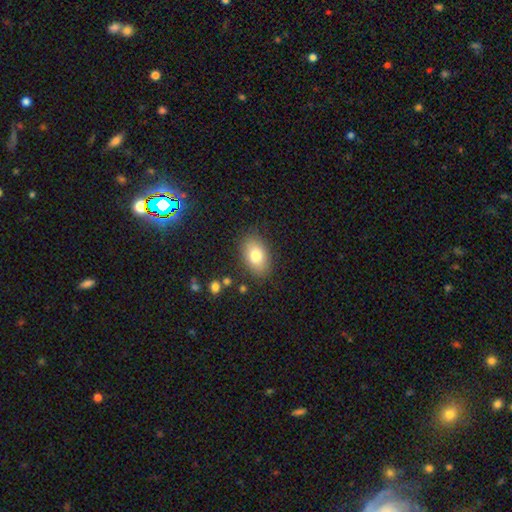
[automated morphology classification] The model was most divided on "smooth or featured": smooth: 79%, featured or disk: 14%, star or artifact: 8%. More confident: how rounded — in between (89%); merging — none (84%).